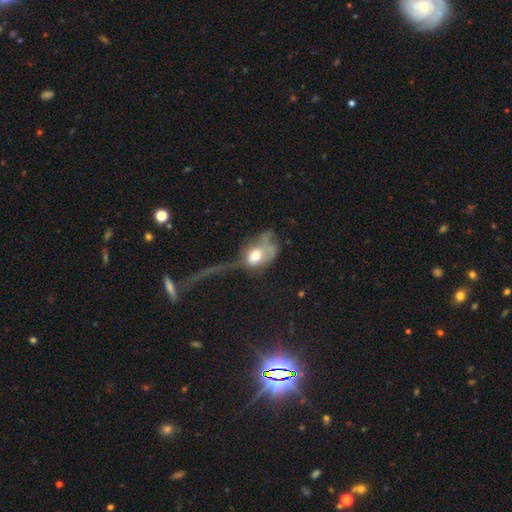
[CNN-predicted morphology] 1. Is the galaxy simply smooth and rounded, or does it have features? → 53% smooth, 36% featured or disk, 10% star or artifact.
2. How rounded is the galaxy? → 62% in between, 35% round, 3% cigar-shaped.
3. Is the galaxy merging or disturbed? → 64% major disturbance, 13% none, 12% merger, 11% minor disturbance.